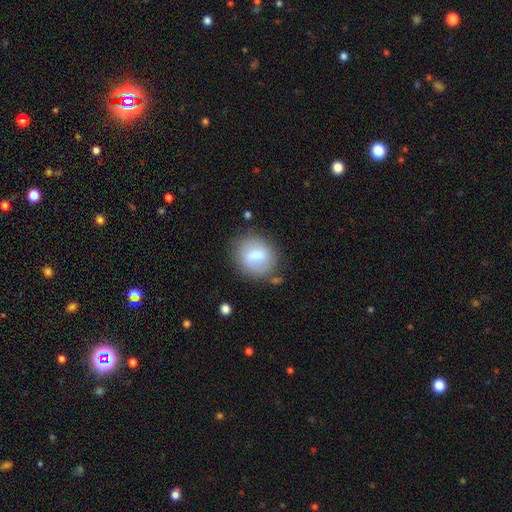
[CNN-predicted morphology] Smooth or featured: smooth — 70% (featured or disk — 22%)
How rounded: round — 68% (in between — 30%)
Merging: none — 72% (minor disturbance — 16%)